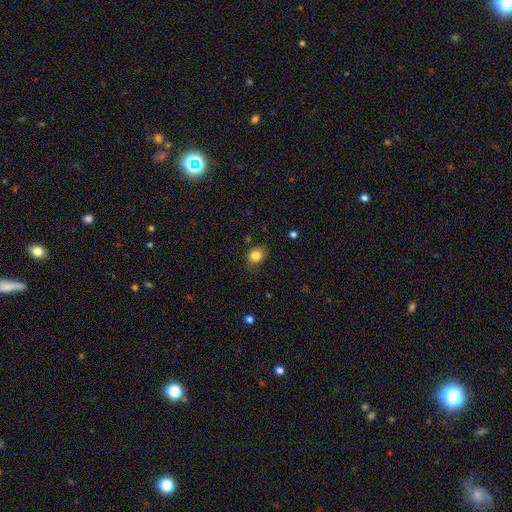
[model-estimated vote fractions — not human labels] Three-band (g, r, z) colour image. It shows a smooth galaxy with no disk features (83%) that is round (68%). Merging: none (83%).